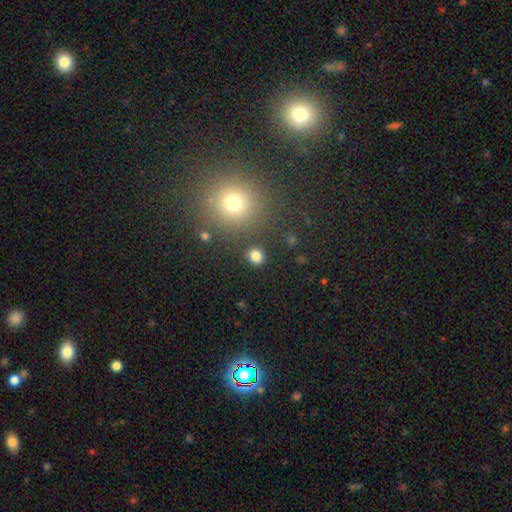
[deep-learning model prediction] smooth_or_featured: smooth (p=0.82) [alt: star or artifact p=0.13]
how_rounded: round (p=0.82) [alt: in between p=0.17]
merging: none (p=0.87) [alt: minor disturbance p=0.07]